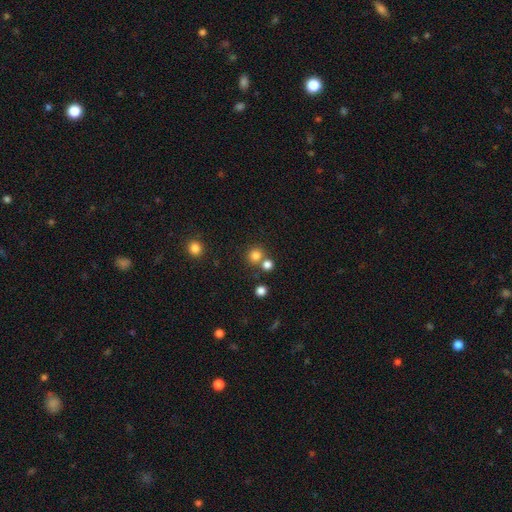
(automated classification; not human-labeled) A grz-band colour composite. It shows a smooth galaxy with no disk features (79%) that is round (90%). Merging: none (65%).